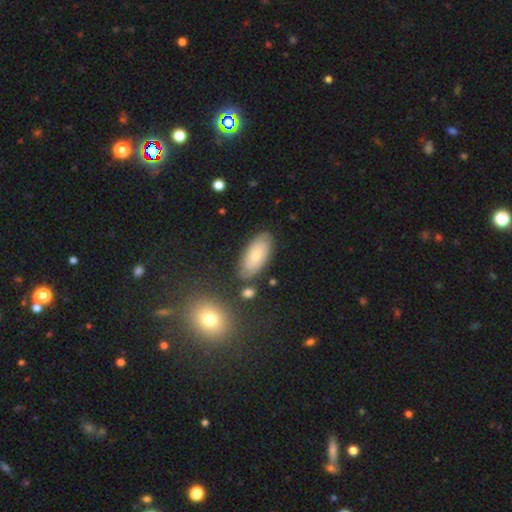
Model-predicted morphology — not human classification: A smooth galaxy with no disk features (53%) that is in between round and cigar-shaped (90%).

Vote fractions:
- Smooth or featured? smooth: 53% / featured or disk: 39% / star or artifact: 8%
- How rounded? in between: 90% / cigar-shaped: 7% / round: 3%
- Merging? none: 80% / minor disturbance: 13% / merger: 4% / major disturbance: 3%